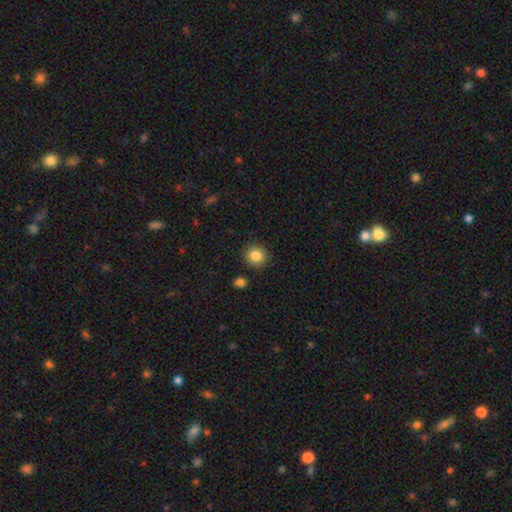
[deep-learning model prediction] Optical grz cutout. It shows a smooth galaxy with no disk features (86%) that is round (88%). Merging: none (88%).